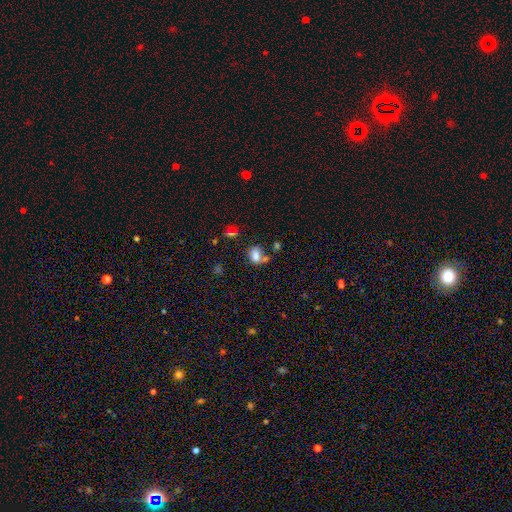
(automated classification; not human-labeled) This appears to be a smooth galaxy with no disk features (78%) that is in between round and cigar-shaped (67%). Merging: none (41%).